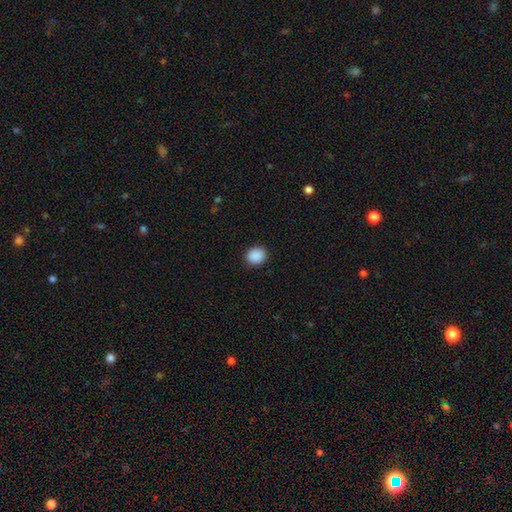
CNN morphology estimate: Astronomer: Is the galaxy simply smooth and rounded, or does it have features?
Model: smooth — 90%.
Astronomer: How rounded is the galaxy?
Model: round — 64%.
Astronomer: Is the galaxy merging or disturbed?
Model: none — 90%.